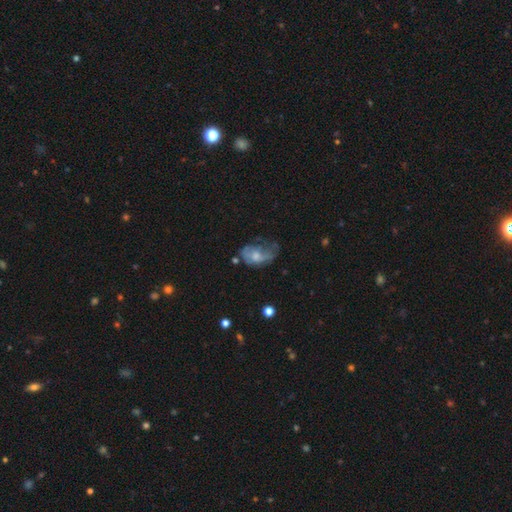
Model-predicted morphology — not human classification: Overall: featured or disk (49%; smooth 41%). Merging: major disturbance (41%; minor disturbance 27%).